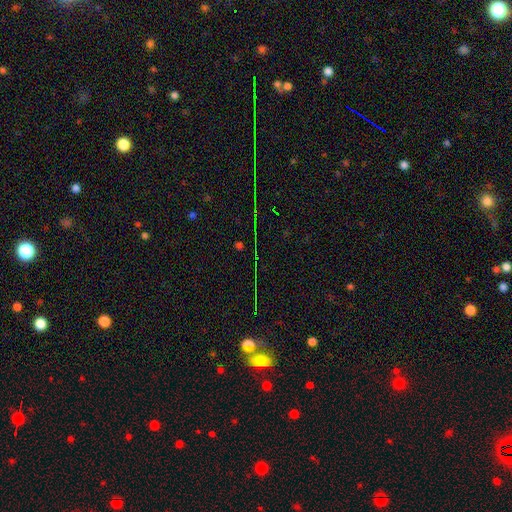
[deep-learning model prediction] Smooth or featured? star or artifact (67%)